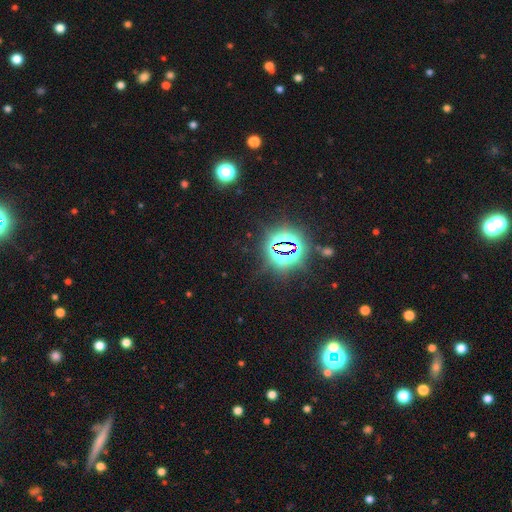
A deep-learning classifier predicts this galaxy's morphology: Smooth or featured: star or artifact — 82% (smooth — 11%)